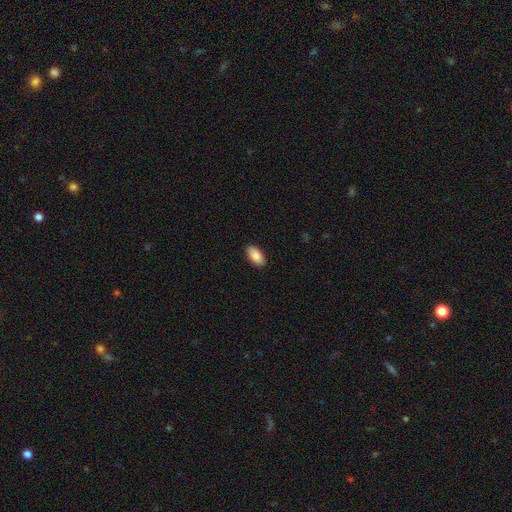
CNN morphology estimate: A smooth galaxy with no disk features (90%) that is in between round and cigar-shaped (95%).

Vote fractions:
- Smooth or featured? smooth: 90% / star or artifact: 6% / featured or disk: 4%
- How rounded? in between: 95% / cigar-shaped: 3% / round: 3%
- Merging? none: 89% / minor disturbance: 8% / major disturbance: 2% / merger: 1%